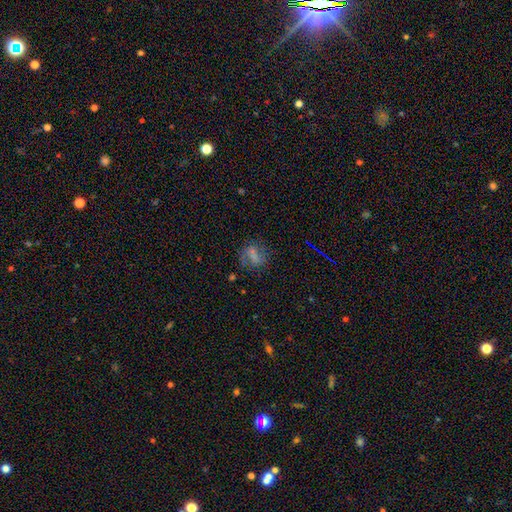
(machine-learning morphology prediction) Overall: smooth (42%; featured or disk 36%). Merging: none (71%).